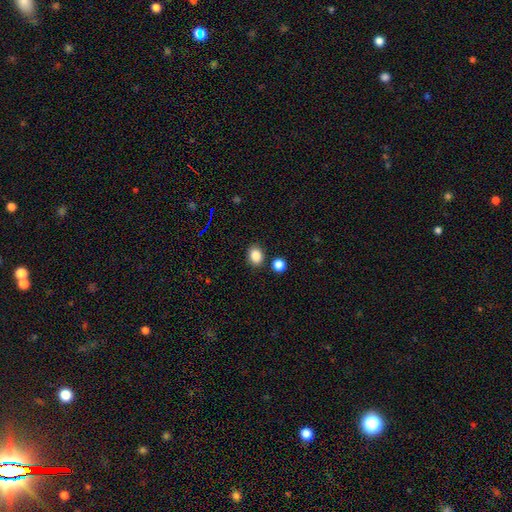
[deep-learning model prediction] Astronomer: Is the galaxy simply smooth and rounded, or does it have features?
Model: smooth — 85%.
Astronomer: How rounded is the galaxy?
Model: in between — 55% (runner-up: round, 44%).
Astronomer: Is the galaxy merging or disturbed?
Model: none — 81%.